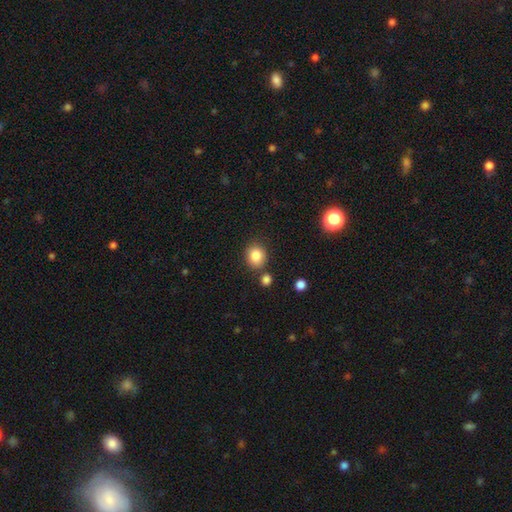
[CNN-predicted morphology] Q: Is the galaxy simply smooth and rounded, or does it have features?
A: smooth — 84%.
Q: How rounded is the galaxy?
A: round — 75%.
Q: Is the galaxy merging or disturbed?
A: none — 77%.